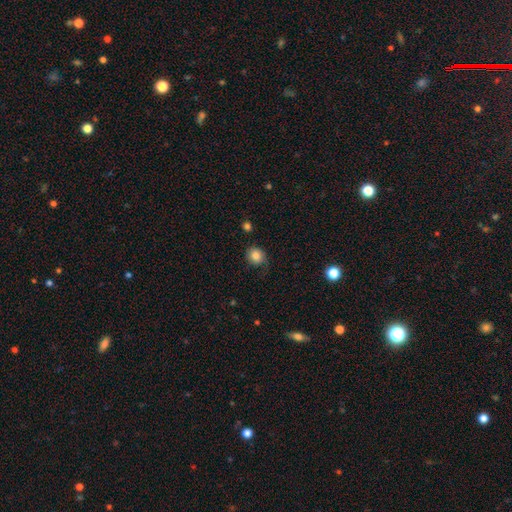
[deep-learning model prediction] Smooth or featured: smooth — 79% (featured or disk — 11%)
How rounded: round — 79% (in between — 20%)
Merging: none — 65% (minor disturbance — 23%)